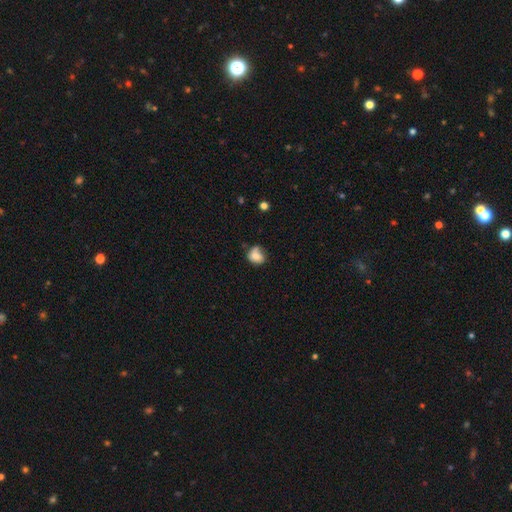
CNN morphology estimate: This appears to be a smooth galaxy with no disk features (69%) that is round (57%). Merging: none (44%).